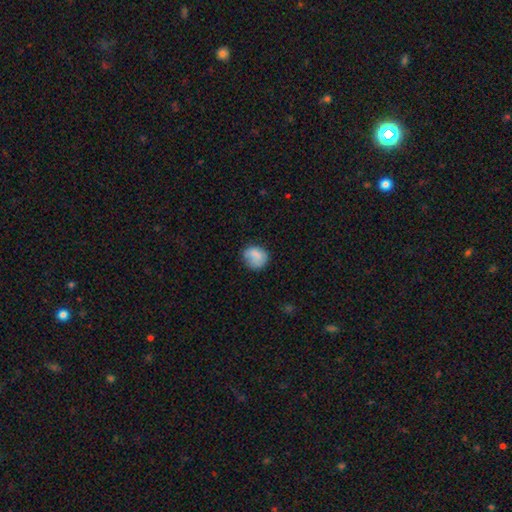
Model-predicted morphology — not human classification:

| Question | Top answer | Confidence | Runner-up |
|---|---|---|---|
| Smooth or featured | smooth | 82% | featured or disk (10%) |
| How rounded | round | 73% | in between (26%) |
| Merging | none | 66% | minor disturbance (24%) |